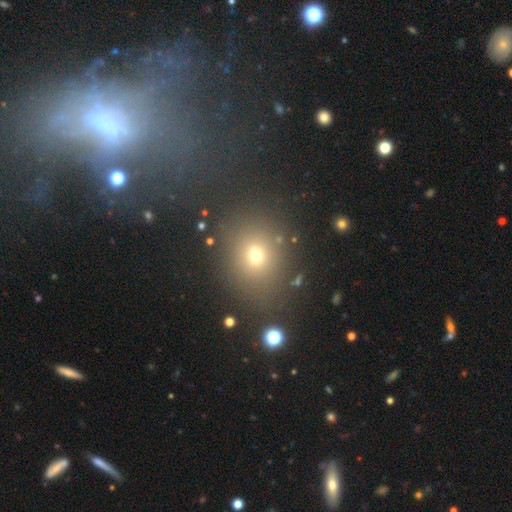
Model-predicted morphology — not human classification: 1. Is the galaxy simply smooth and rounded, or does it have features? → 68% smooth, 22% star or artifact, 10% featured or disk.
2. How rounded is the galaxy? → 66% round, 32% in between, 1% cigar-shaped.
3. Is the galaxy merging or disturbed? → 78% none, 10% minor disturbance, 6% major disturbance, 5% merger.